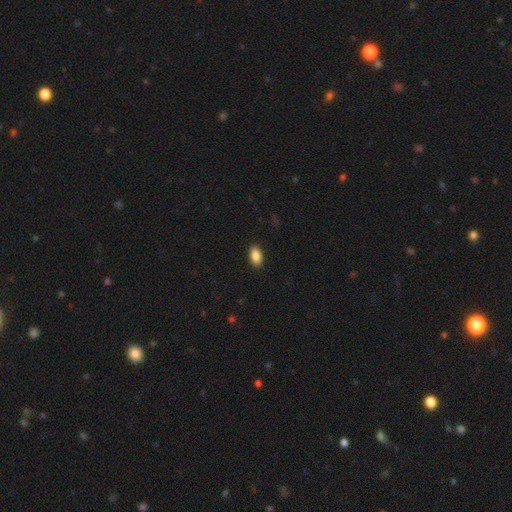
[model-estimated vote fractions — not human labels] A smooth galaxy with no disk features (89%) that is in between round and cigar-shaped (93%).

Vote fractions:
- Smooth or featured? smooth: 89% / star or artifact: 7% / featured or disk: 4%
- How rounded? in between: 93% / round: 4% / cigar-shaped: 3%
- Merging? none: 90% / minor disturbance: 8% / major disturbance: 2% / merger: 1%